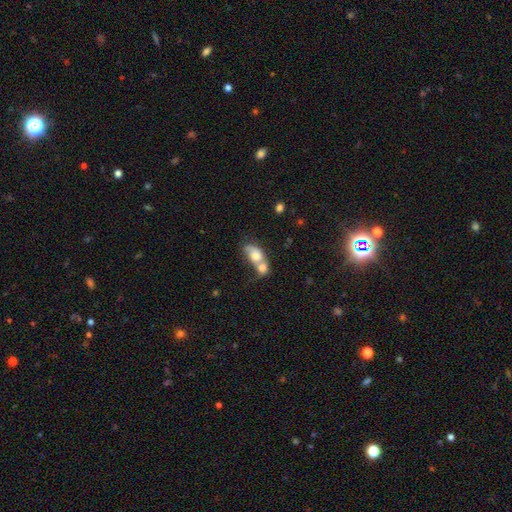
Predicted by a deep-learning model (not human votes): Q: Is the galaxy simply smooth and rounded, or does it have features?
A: smooth — 65%.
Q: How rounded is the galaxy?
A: in between — 72%.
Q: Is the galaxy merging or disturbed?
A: merger — 76%.